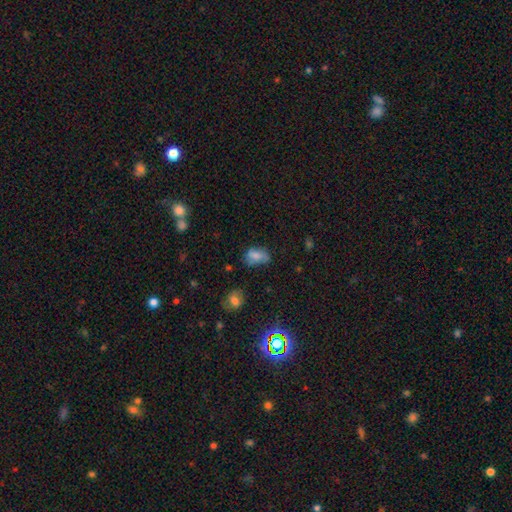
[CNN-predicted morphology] The model was most divided on "merging": none: 46%, minor disturbance: 34%, major disturbance: 15%, merger: 5%. More confident: how rounded — in between (85%); smooth or featured — smooth (73%).